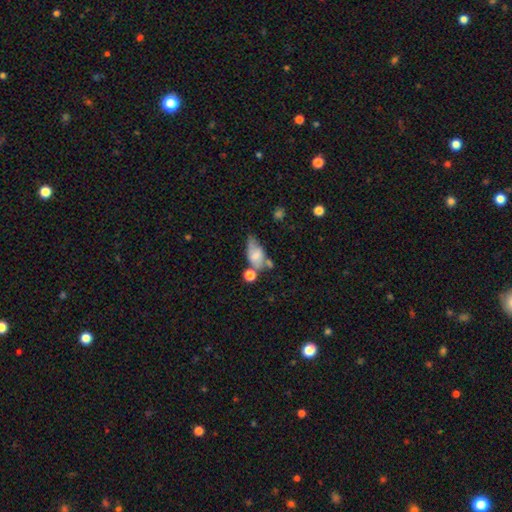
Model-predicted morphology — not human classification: This appears to be a smooth galaxy with no disk features (63%) that is in between round and cigar-shaped (85%). Merging: none (30%).